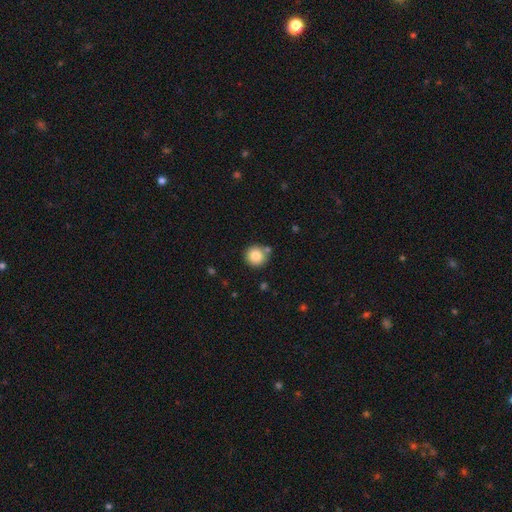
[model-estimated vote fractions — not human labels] This appears to be a smooth galaxy with no disk features (82%) that is round (95%). Merging: none (78%).